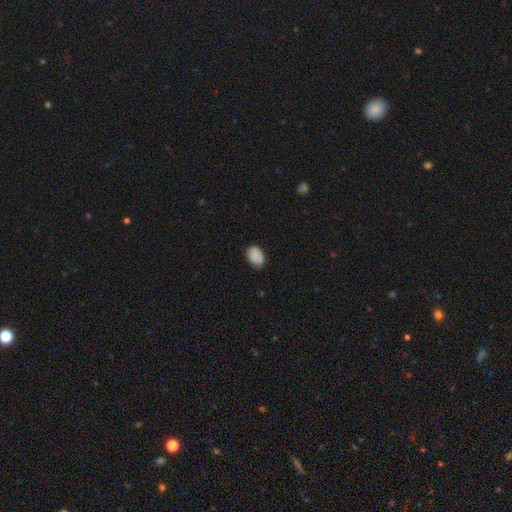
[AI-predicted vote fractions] Smooth or featured? Predicted: smooth (p=0.87). How rounded? Predicted: in between (p=0.78). Merging? Predicted: none (p=0.72).